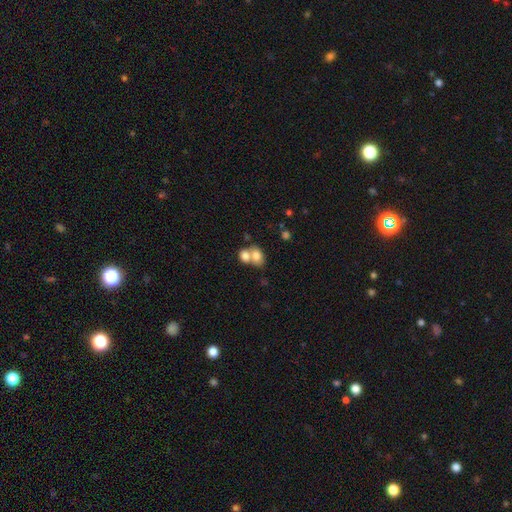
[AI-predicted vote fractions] Smooth or featured? Predicted: smooth (p=0.77). How rounded? Predicted: in between (p=0.68). Merging? Predicted: merger (p=0.63).